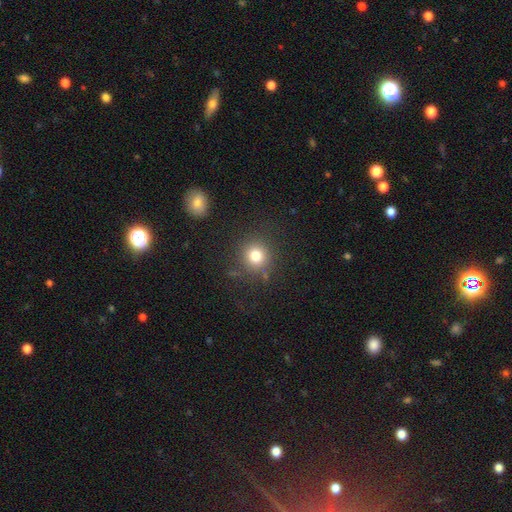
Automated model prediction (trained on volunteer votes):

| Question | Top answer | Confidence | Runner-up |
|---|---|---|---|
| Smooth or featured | smooth | 79% | star or artifact (14%) |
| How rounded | round | 90% | in between (9%) |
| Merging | none | 84% | minor disturbance (9%) |